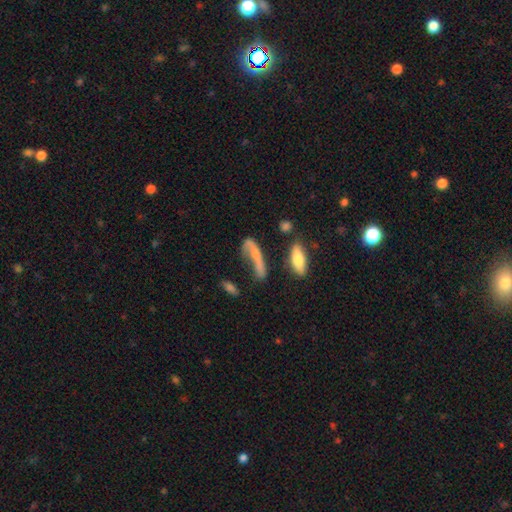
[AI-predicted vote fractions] Morphology: type=smooth (50%); merging=none (36%).